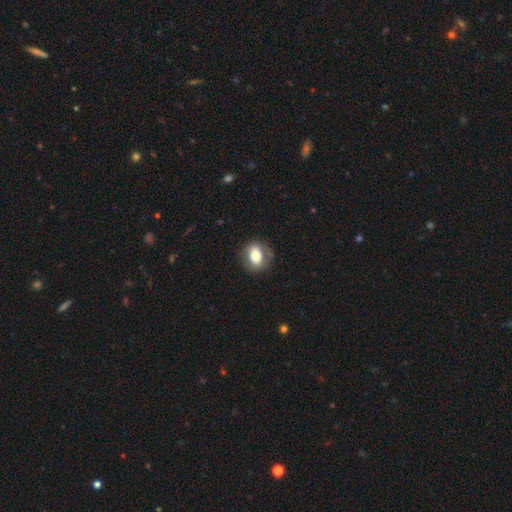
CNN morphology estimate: A smooth galaxy with no disk features (64%) that is in between round and cigar-shaped (59%). Merging: none (81%).